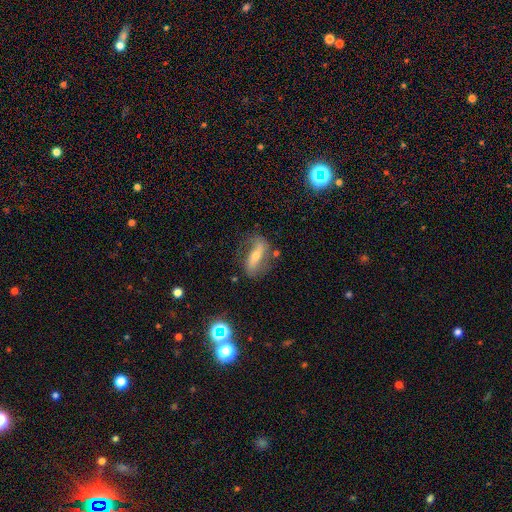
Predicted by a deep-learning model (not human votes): A featured or disk galaxy (65%) with a strong bar (47%), spiral arms (82%) and a small central bulge (47%). Merging: none (66%).